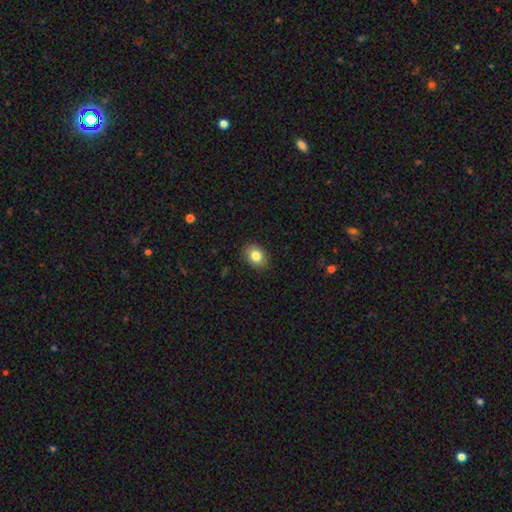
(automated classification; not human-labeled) A smooth galaxy with no disk features (84%) that is in between round and cigar-shaped (56%).

Vote fractions:
- Smooth or featured? smooth: 84% / star or artifact: 9% / featured or disk: 7%
- How rounded? in between: 56% / round: 43% / cigar-shaped: 1%
- Merging? none: 86% / minor disturbance: 10% / major disturbance: 2% / merger: 1%